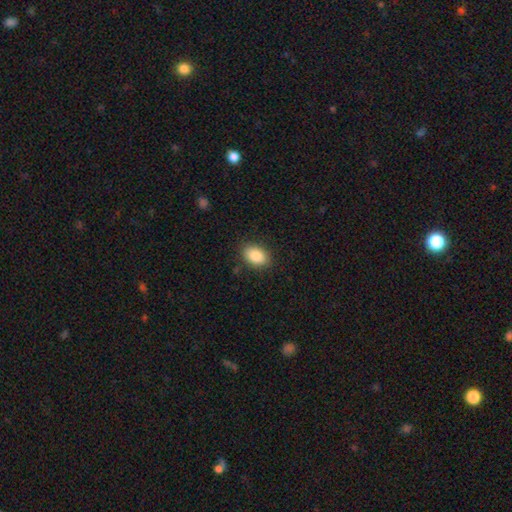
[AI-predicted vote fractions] Smooth or featured?
  - smooth: 86% *
  - star or artifact: 8%
  - featured or disk: 6%
How rounded?
  - in between: 83% *
  - round: 16%
  - cigar-shaped: 1%
Merging?
  - none: 86% *
  - minor disturbance: 10%
  - major disturbance: 3%
  - merger: 1%